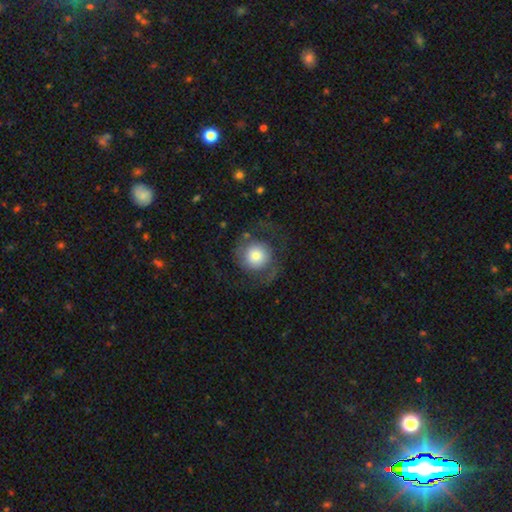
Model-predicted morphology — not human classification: smooth-or-featured: smooth: 50% | featured or disk: 42% | star or artifact: 7%
  how-rounded: round: 91% | in between: 8% | cigar-shaped: 1%
  merging: none: 63% | major disturbance: 20% | minor disturbance: 15% | merger: 2%